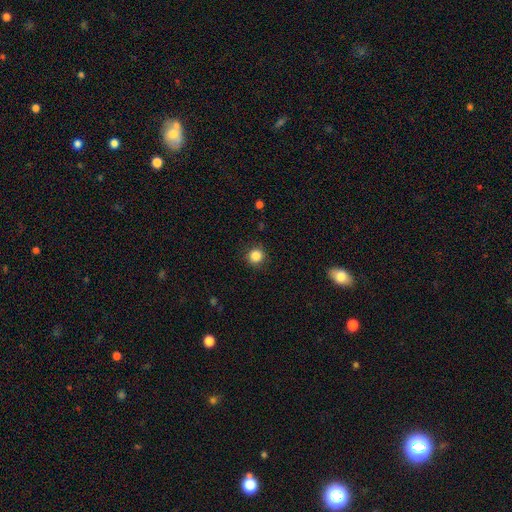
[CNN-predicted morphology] The model was most divided on "smooth or featured": smooth: 85%, star or artifact: 11%, featured or disk: 4%. More confident: how rounded — round (94%); merging — none (90%).